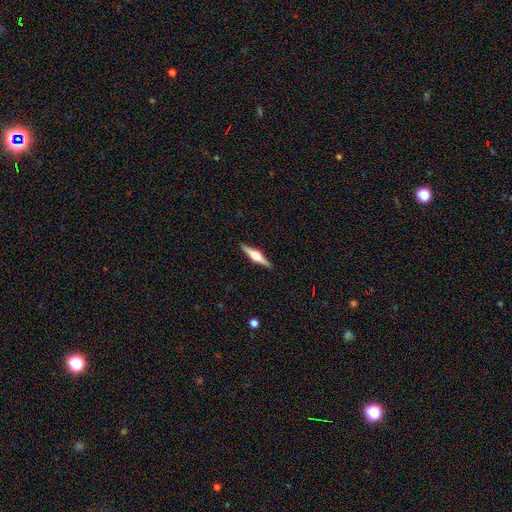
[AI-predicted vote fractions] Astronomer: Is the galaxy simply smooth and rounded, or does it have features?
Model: featured or disk — 74%.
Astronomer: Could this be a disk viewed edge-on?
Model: yes — 98%.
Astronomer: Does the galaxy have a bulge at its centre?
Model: rounded — 93%.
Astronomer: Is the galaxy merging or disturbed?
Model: none — 91%.